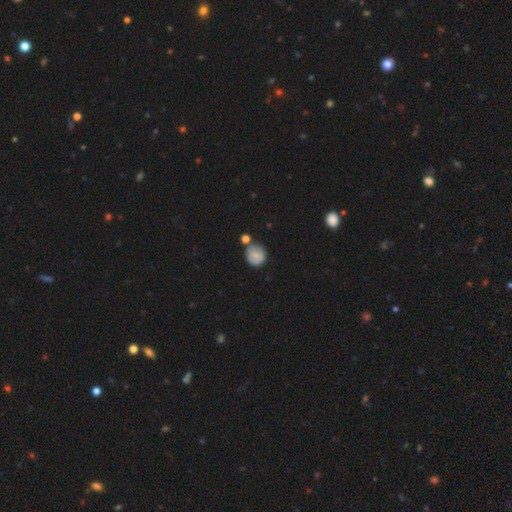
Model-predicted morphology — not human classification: Smooth or featured? Predicted: smooth (p=0.82). How rounded? Predicted: round (p=0.87). Merging? Predicted: none (p=0.65).